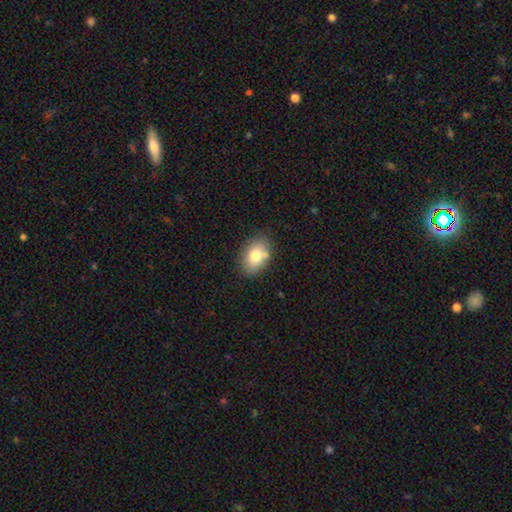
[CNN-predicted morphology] type=smooth (78%); roundness=in between (84%); merging=none (74%).